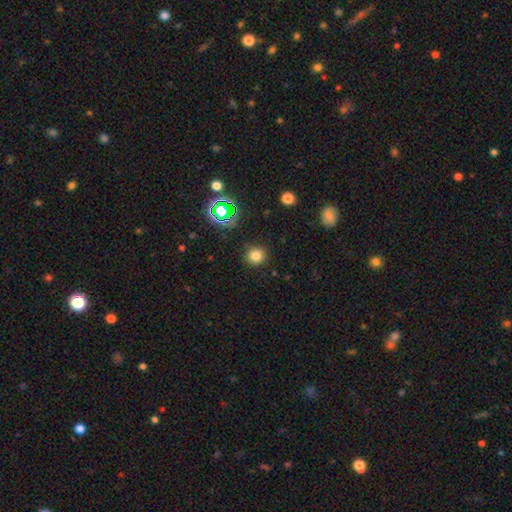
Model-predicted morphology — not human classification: smooth_or_featured: smooth (p=0.76) [alt: star or artifact p=0.18]
how_rounded: round (p=0.90) [alt: in between p=0.09]
merging: none (p=0.89) [alt: minor disturbance p=0.07]